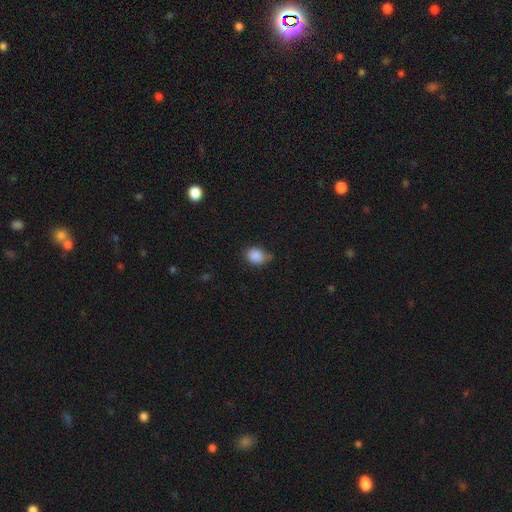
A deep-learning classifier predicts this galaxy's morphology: A smooth galaxy with no disk features (86%) that is round (55%). Merging: none (50%).